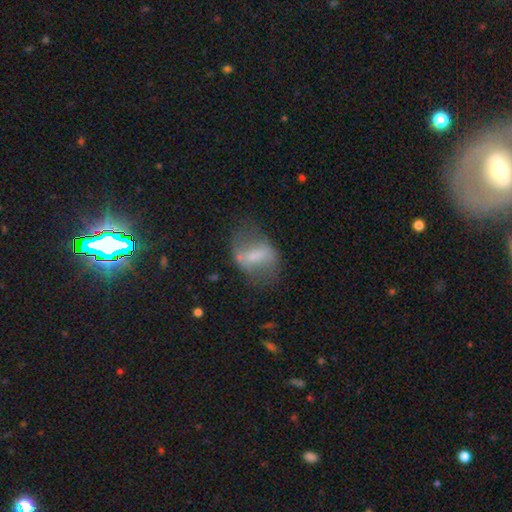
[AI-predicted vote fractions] A featured or disk galaxy (48%).

Vote fractions:
- Smooth or featured? featured or disk: 48% / smooth: 42% / star or artifact: 9%
- Merging? none: 45% / minor disturbance: 25% / major disturbance: 25% / merger: 5%